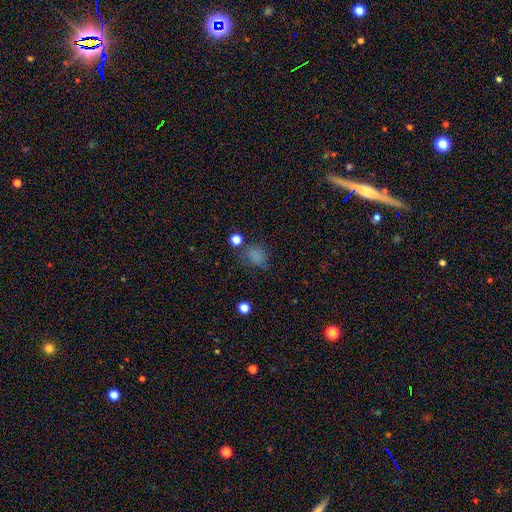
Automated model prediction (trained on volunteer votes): smooth_or_featured: smooth (p=0.74) [alt: star or artifact p=0.18]
how_rounded: round (p=0.57) [alt: in between p=0.42]
merging: none (p=0.63) [alt: minor disturbance p=0.22]